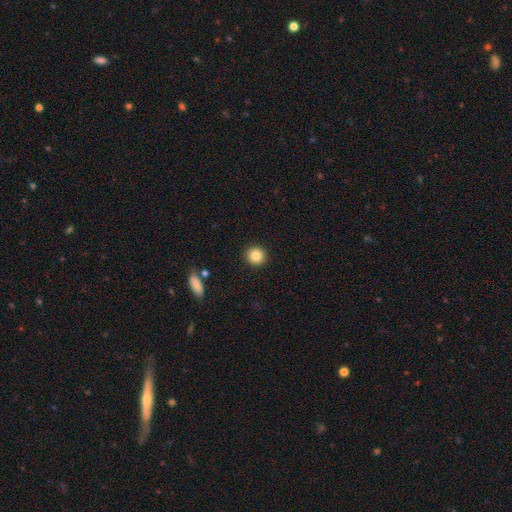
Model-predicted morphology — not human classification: Smooth or featured?
  - smooth: 85% *
  - star or artifact: 9%
  - featured or disk: 6%
How rounded?
  - round: 93% *
  - in between: 6%
  - cigar-shaped: 1%
Merging?
  - none: 92% *
  - minor disturbance: 5%
  - major disturbance: 2%
  - merger: 1%